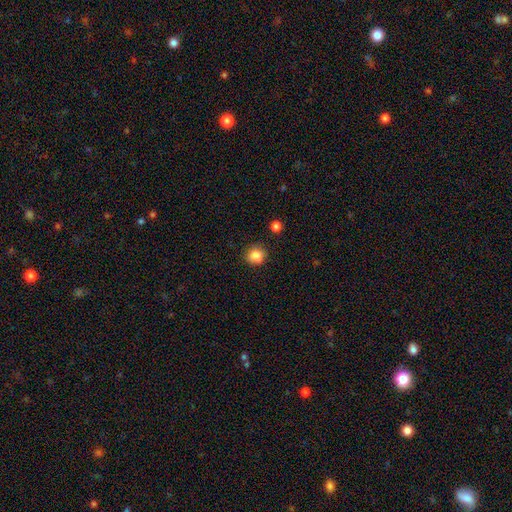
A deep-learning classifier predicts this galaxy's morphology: A smooth galaxy with no disk features (84%) that is round (80%). Merging: none (75%).